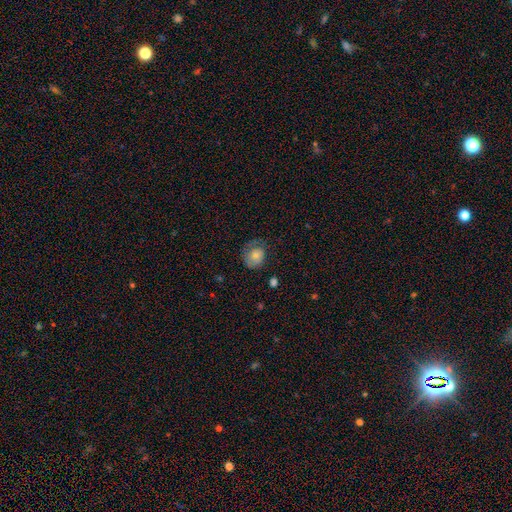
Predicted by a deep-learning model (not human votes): smooth-or-featured: smooth: 70% | featured or disk: 22% | star or artifact: 8%
  how-rounded: round: 62% | in between: 37% | cigar-shaped: 1%
  merging: none: 51% | minor disturbance: 30% | major disturbance: 17% | merger: 2%